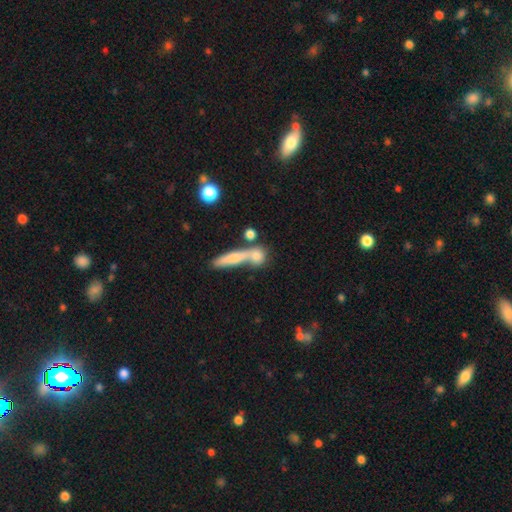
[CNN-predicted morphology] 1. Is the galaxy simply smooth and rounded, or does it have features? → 72% smooth, 19% featured or disk, 10% star or artifact.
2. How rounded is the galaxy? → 54% round, 24% cigar-shaped, 23% in between.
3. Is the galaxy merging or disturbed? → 48% none, 34% merger, 11% minor disturbance, 7% major disturbance.